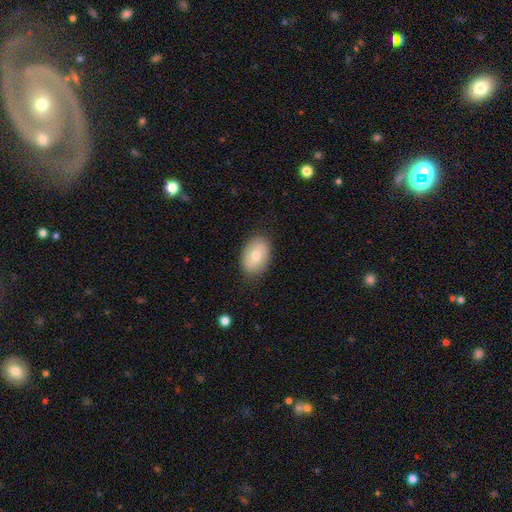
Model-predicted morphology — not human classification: A smooth galaxy with no disk features (74%) that is in between round and cigar-shaped (86%).

Vote fractions:
- Smooth or featured? smooth: 74% / featured or disk: 19% / star or artifact: 6%
- How rounded? in between: 86% / round: 13% / cigar-shaped: 1%
- Merging? none: 83% / minor disturbance: 13% / major disturbance: 3% / merger: 1%